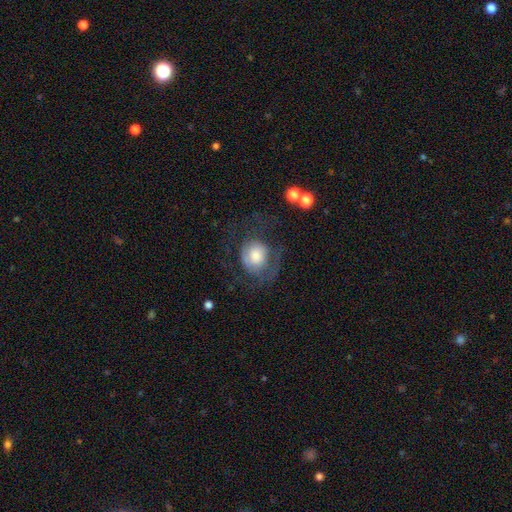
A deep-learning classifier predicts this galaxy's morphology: smooth 48%, featured or disk 44%, star or artifact 8%. Down the decision tree: merging — none (43%).